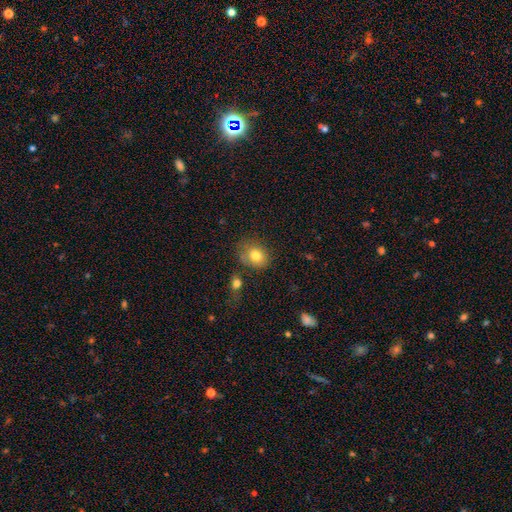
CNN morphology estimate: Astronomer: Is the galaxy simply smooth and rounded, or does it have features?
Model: smooth — 79%.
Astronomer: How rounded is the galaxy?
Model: in between — 52% (runner-up: round, 47%).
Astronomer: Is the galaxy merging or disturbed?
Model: none — 62%.